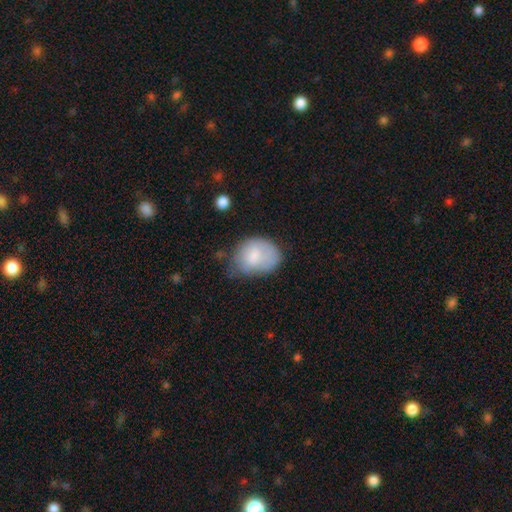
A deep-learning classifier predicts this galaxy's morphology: Smooth or featured? Predicted: smooth (p=0.76). How rounded? Predicted: in between (p=0.60). Merging? Predicted: none (p=0.46).